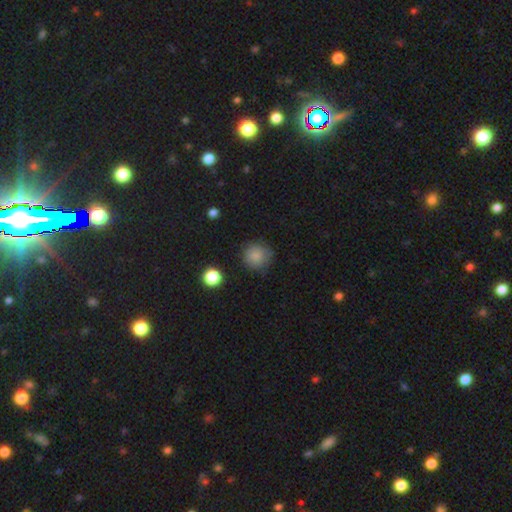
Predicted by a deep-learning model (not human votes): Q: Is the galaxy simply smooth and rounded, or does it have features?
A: smooth — 84%.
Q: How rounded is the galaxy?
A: round — 93%.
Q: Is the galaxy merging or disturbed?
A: none — 78%.